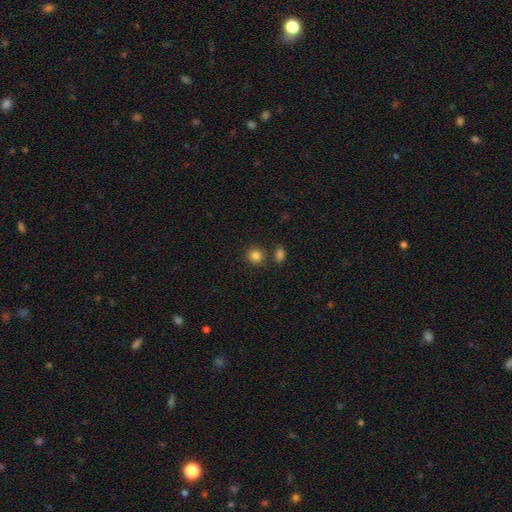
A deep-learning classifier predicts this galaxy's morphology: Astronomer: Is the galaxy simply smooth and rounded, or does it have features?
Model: smooth — 84%.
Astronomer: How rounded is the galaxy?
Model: round — 88%.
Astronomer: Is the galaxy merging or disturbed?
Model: none — 80%.